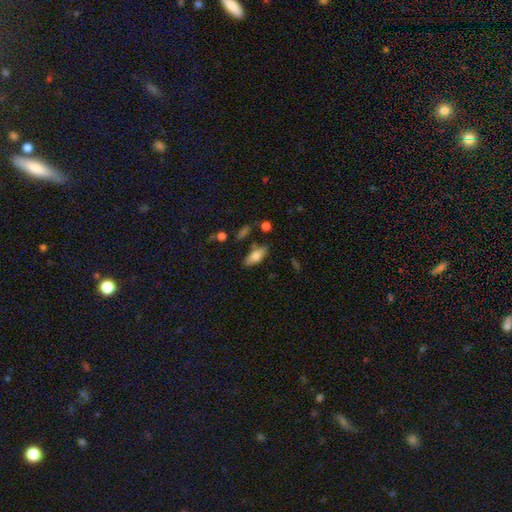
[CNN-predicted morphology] A smooth galaxy with no disk features (75%) that is in between round and cigar-shaped (80%).

Vote fractions:
- Smooth or featured? smooth: 75% / featured or disk: 18% / star or artifact: 7%
- How rounded? in between: 80% / cigar-shaped: 17% / round: 3%
- Merging? none: 76% / minor disturbance: 15% / merger: 5% / major disturbance: 4%